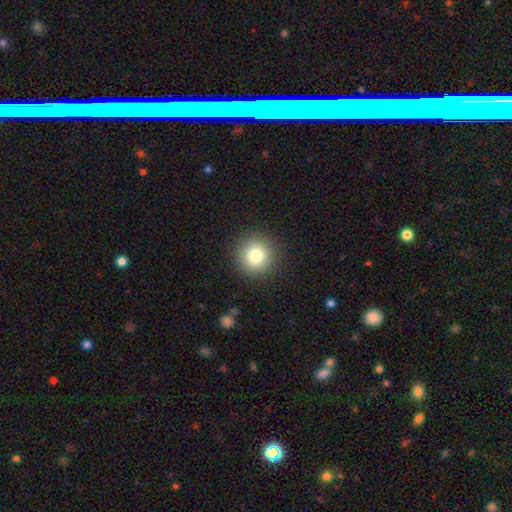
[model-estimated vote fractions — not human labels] This is clearly a smooth galaxy (82%). How rounded: clearly round (95%). Merging: clearly none (91%).